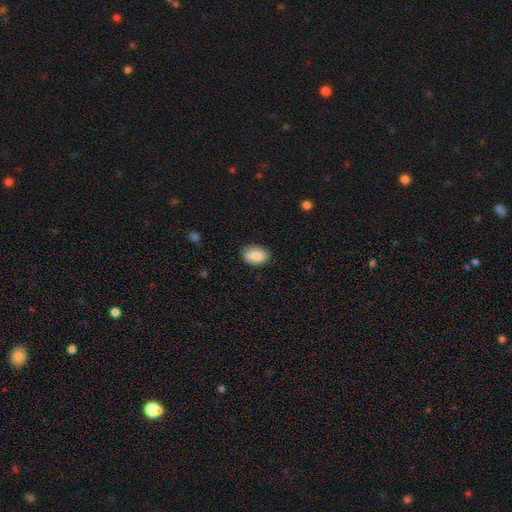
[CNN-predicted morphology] Smooth or featured? smooth (85%)
How rounded? in between (86%)
Merging? none (80%)